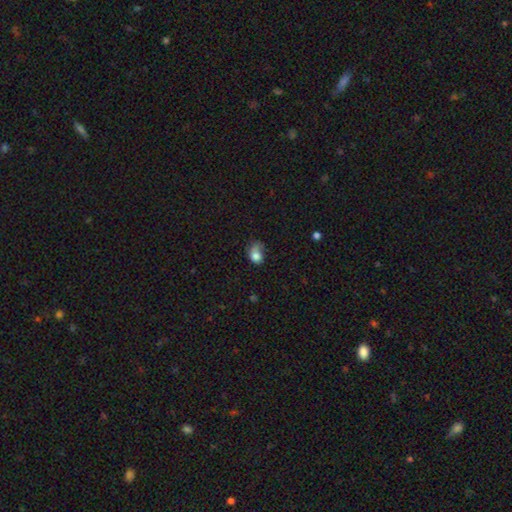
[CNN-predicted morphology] A smooth galaxy with no disk features (76%) that is in between round and cigar-shaped (65%).

Vote fractions:
- Smooth or featured? smooth: 76% / featured or disk: 14% / star or artifact: 10%
- How rounded? in between: 65% / round: 34% / cigar-shaped: 1%
- Merging? minor disturbance: 36% / none: 30% / major disturbance: 29% / merger: 6%